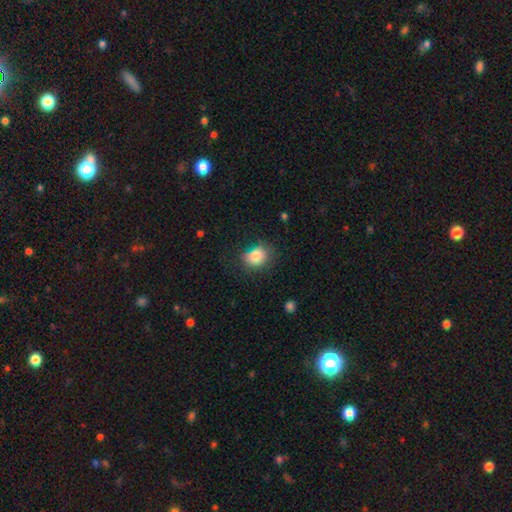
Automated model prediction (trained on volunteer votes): smooth 82%, star or artifact 9%, featured or disk 8%. Down the decision tree: how rounded — round (55%); merging — none (67%).